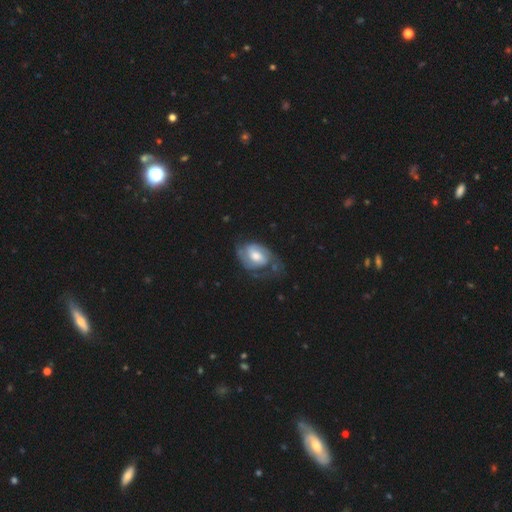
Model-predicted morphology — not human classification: A featured or disk galaxy (74%) with a weak bar (45%), 2 (70%) medium (42%) spiral arms (89%) and a moderate central bulge (57%). Merging: none (47%).